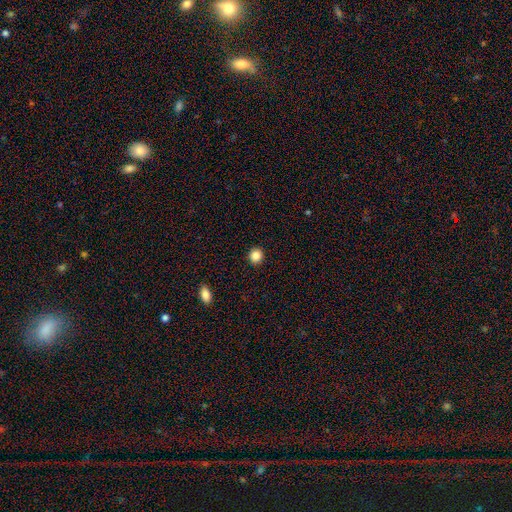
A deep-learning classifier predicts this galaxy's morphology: Q: Smooth or featured?
A: smooth (86%); runner-up: star or artifact (10%)
Q: How rounded?
A: round (89%); runner-up: in between (10%)
Q: Merging?
A: none (93%); runner-up: minor disturbance (5%)